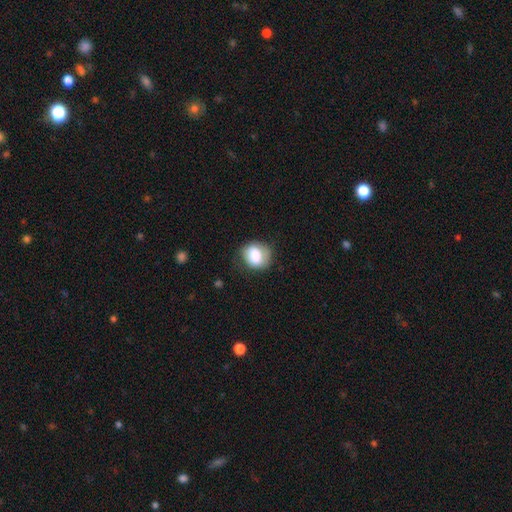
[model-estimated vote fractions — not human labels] Smooth or featured?
  - smooth: 81% *
  - featured or disk: 11%
  - star or artifact: 8%
How rounded?
  - round: 61% *
  - in between: 38%
  - cigar-shaped: 1%
Merging?
  - none: 64% *
  - minor disturbance: 26%
  - major disturbance: 9%
  - merger: 2%